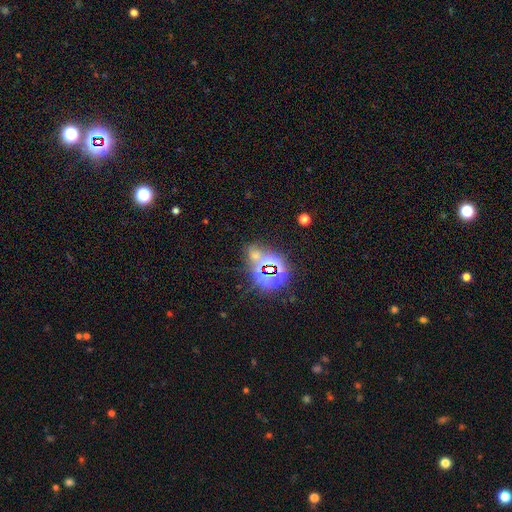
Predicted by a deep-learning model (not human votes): This appears to be a star or artifact, not a galaxy (74%).